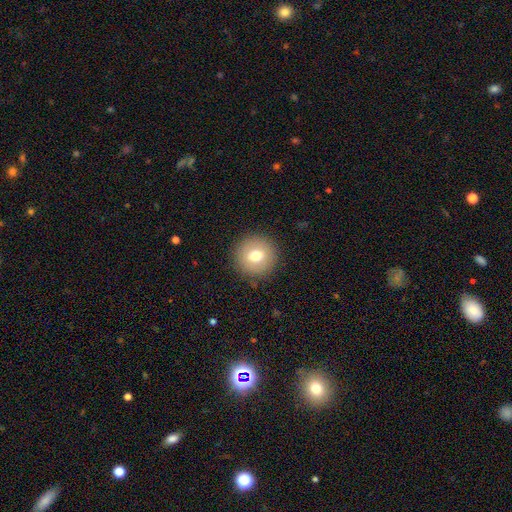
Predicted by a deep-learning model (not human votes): A smooth galaxy with no disk features (73%) that is round (93%).

Vote fractions:
- Smooth or featured? smooth: 73% / featured or disk: 18% / star or artifact: 10%
- How rounded? round: 93% / in between: 6% / cigar-shaped: 1%
- Merging? none: 89% / minor disturbance: 7% / major disturbance: 3% / merger: 1%